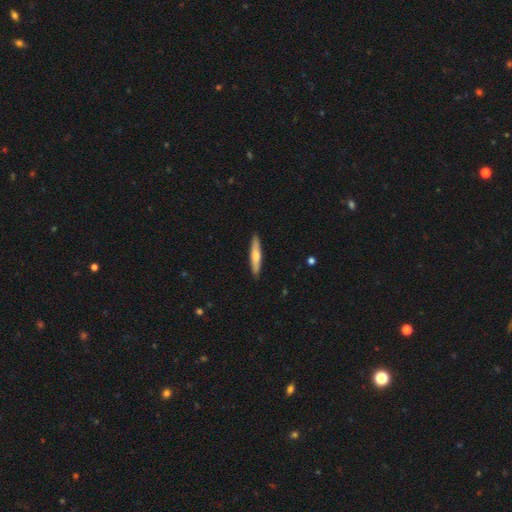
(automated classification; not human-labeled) Overall: smooth (58%; featured or disk 36%). How rounded: cigar-shaped (89%). Merging: none (91%).